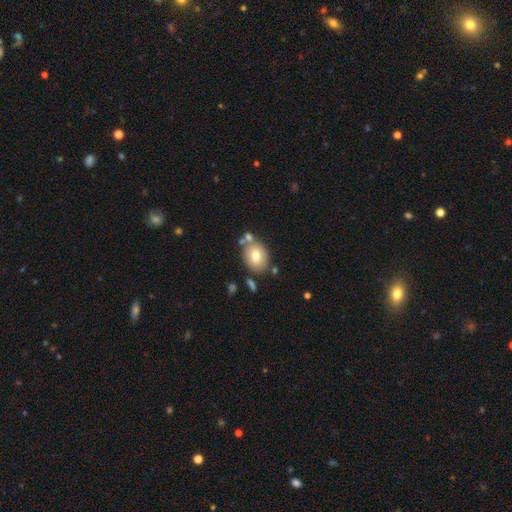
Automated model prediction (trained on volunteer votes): Morphology: type=smooth (73%); roundness=in between (59%); merging=none (69%).